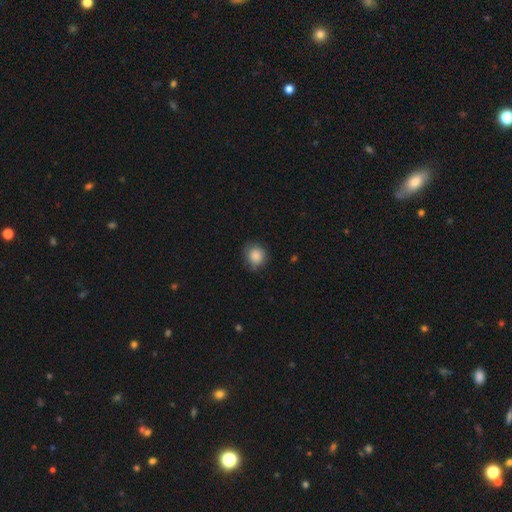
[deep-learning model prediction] smooth-or-featured: smooth: 87% | star or artifact: 8% | featured or disk: 5%
  how-rounded: round: 86% | in between: 14% | cigar-shaped: 1%
  merging: none: 78% | minor disturbance: 17% | major disturbance: 4% | merger: 1%